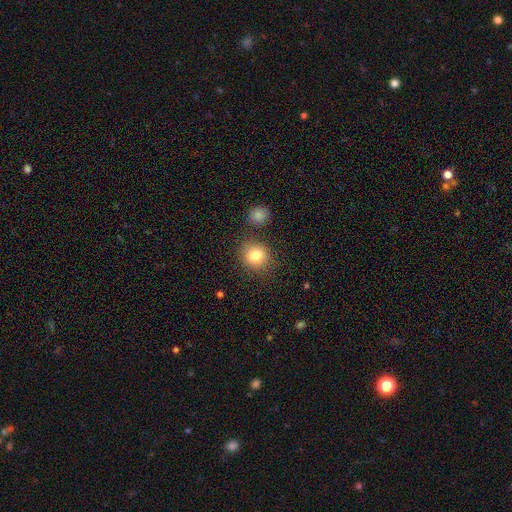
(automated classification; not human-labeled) Smooth or featured?
  - smooth: 81% *
  - star or artifact: 11%
  - featured or disk: 8%
How rounded?
  - round: 85% *
  - in between: 14%
  - cigar-shaped: 1%
Merging?
  - none: 81% *
  - minor disturbance: 10%
  - merger: 6%
  - major disturbance: 3%